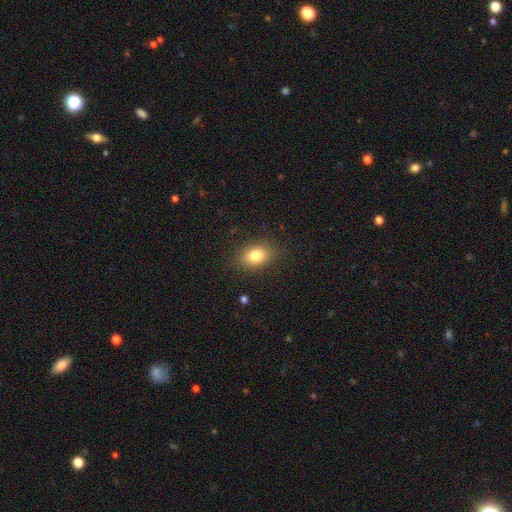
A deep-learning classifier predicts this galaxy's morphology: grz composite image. It shows a smooth galaxy with no disk features (80%) that is in between round and cigar-shaped (72%). Merging: none (85%).